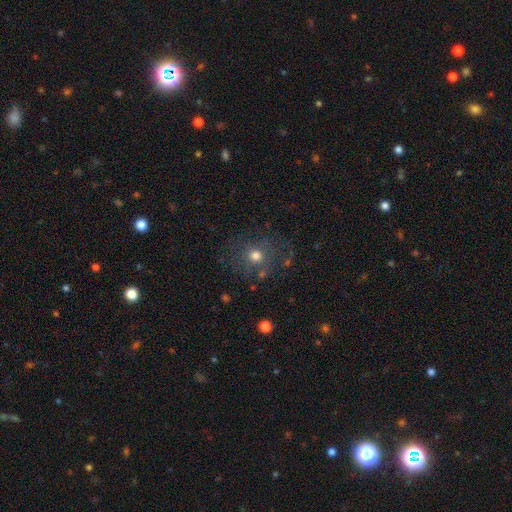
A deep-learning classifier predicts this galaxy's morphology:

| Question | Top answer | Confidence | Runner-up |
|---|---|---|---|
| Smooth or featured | smooth | 69% | featured or disk (16%) |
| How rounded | round | 84% | in between (15%) |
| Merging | none | 72% | minor disturbance (15%) |